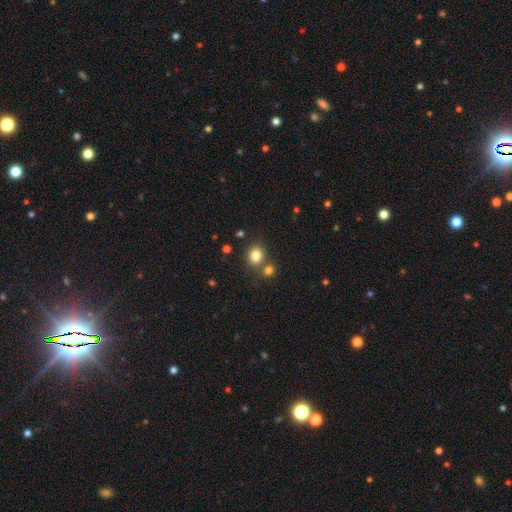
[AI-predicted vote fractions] A smooth galaxy with no disk features (81%) that is round (76%). Merging: none (66%).